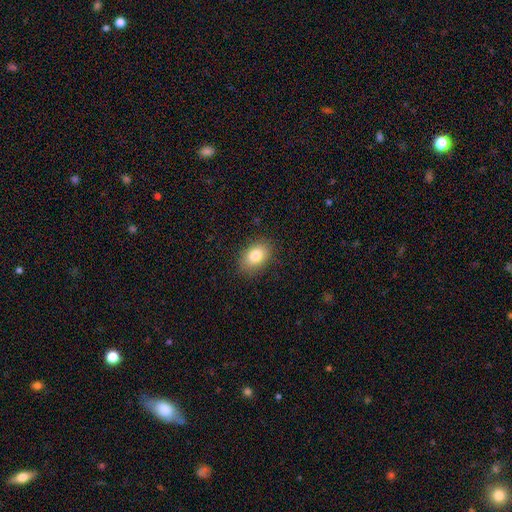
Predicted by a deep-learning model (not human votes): Q: Smooth or featured?
A: smooth (83%); runner-up: featured or disk (9%)
Q: How rounded?
A: in between (84%); runner-up: round (14%)
Q: Merging?
A: none (86%); runner-up: minor disturbance (10%)